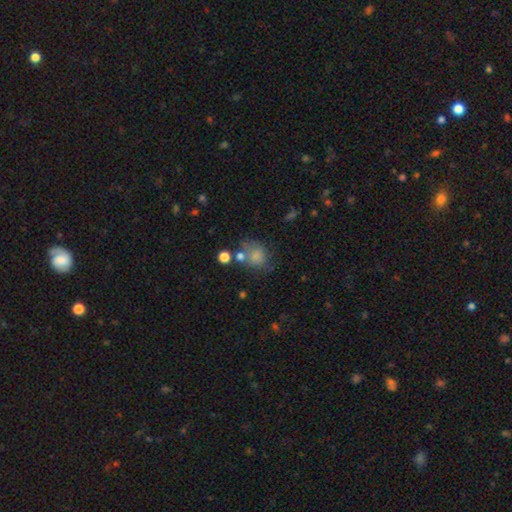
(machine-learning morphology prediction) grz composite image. It shows a smooth galaxy with no disk features (74%) that is round (67%). Merging: none (48%).